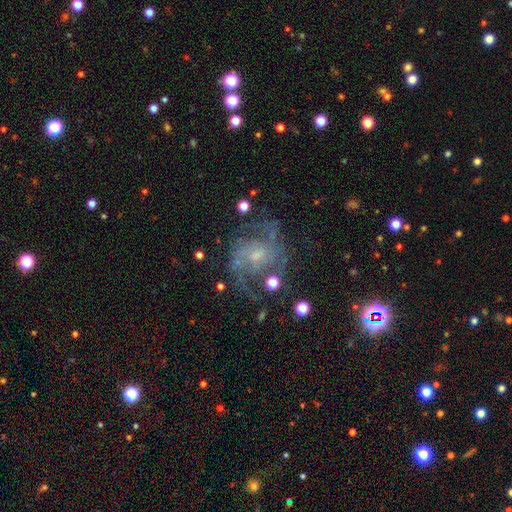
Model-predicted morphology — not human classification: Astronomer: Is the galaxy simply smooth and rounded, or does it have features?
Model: featured or disk — 74%.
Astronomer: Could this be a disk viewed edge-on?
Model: no — 97%.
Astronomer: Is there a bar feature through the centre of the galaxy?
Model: no — 61%.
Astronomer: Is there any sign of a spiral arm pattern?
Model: yes — 94%.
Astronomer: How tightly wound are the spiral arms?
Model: medium — 49% (runner-up: tight, 32%).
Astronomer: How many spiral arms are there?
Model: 2 — 39% (runner-up: can't tell, 22%).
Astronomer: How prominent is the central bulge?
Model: small — 65%.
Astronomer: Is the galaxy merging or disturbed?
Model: none — 67%.